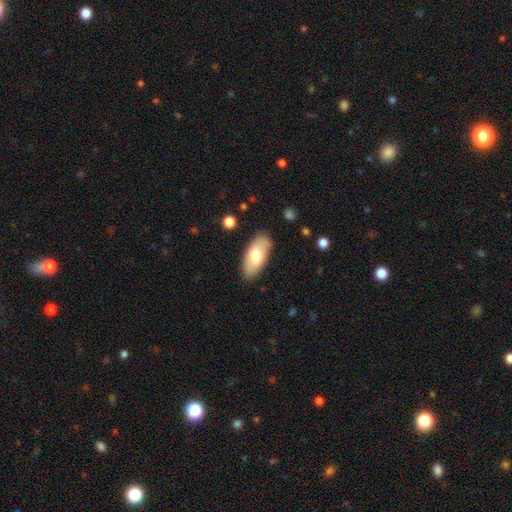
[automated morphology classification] This appears to be a smooth galaxy with no disk features (68%) that is in between round and cigar-shaped (91%). Merging: none (85%).